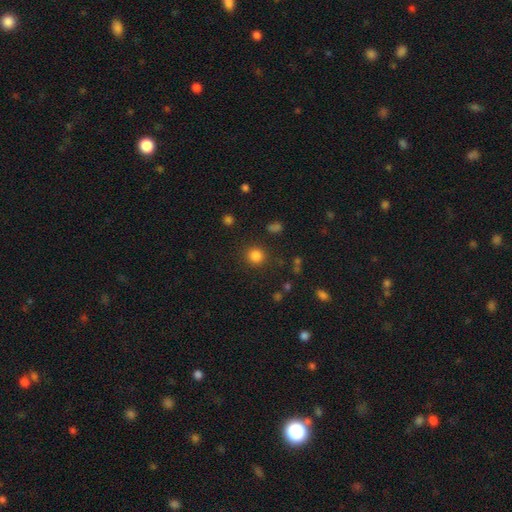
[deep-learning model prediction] smooth_or_featured: smooth (p=0.83) [alt: star or artifact p=0.13]
how_rounded: round (p=0.91) [alt: in between p=0.08]
merging: none (p=0.89) [alt: minor disturbance p=0.06]